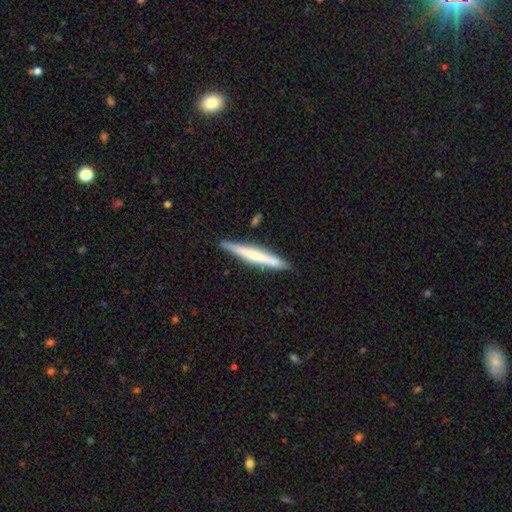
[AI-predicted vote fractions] A smooth galaxy with no disk features (50%). Merging: none (87%).